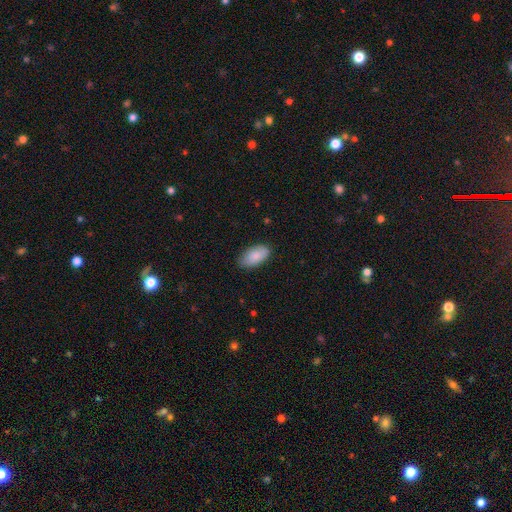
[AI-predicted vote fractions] The model was most divided on "merging": none: 81%, minor disturbance: 16%, major disturbance: 3%, merger: 1%. More confident: how rounded — in between (94%); smooth or featured — smooth (84%).